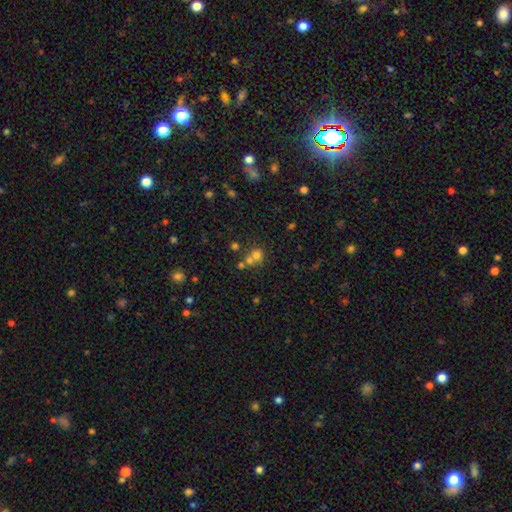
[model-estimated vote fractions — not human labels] Smooth or featured? Predicted: smooth (p=0.63). How rounded? Predicted: round (p=0.83). Merging? Predicted: merger (p=0.44, tied with none).